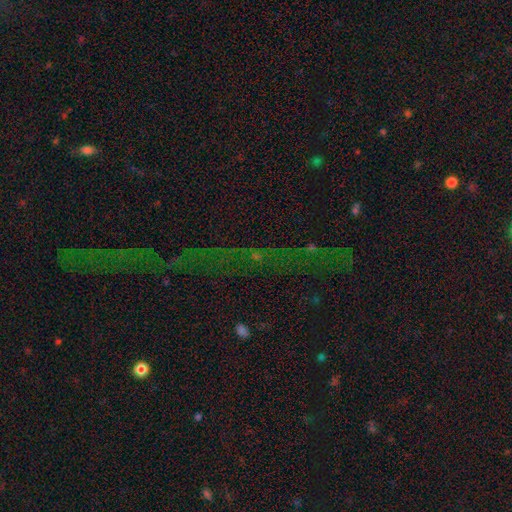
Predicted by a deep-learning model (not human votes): The model was most divided on "smooth or featured": star or artifact: 74%, featured or disk: 15%, smooth: 12%.